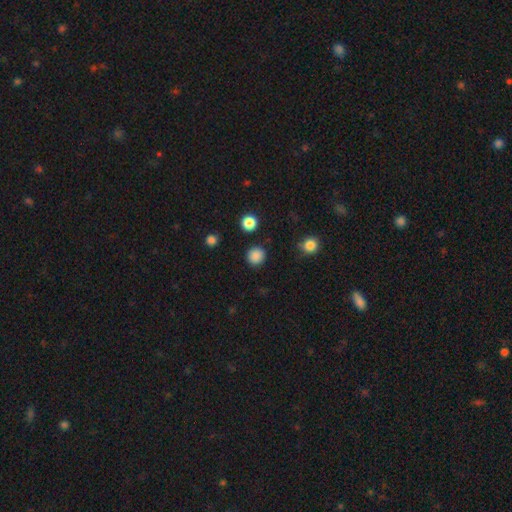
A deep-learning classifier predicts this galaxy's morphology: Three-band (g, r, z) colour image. It shows a smooth galaxy with no disk features (86%) that is round (92%). Merging: none (90%).